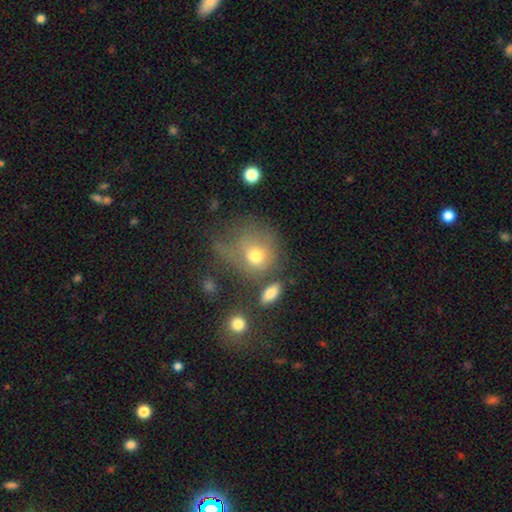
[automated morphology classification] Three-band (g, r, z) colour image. It shows a smooth galaxy with no disk features (68%) that is round (71%). Merging: none (34%).